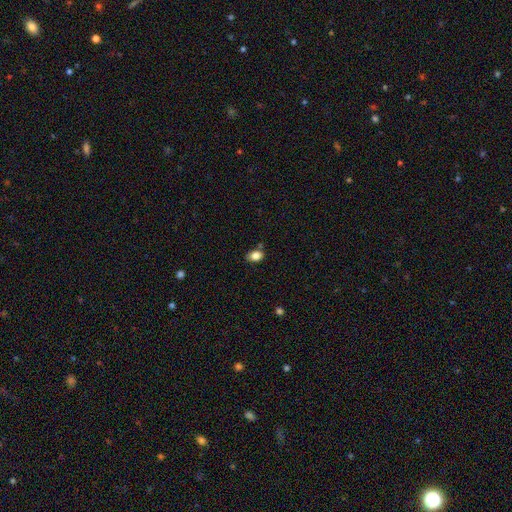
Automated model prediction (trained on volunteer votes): A smooth galaxy with no disk features (84%) that is in between round and cigar-shaped (79%).

Vote fractions:
- Smooth or featured? smooth: 84% / star or artifact: 10% / featured or disk: 6%
- How rounded? in between: 79% / round: 19% / cigar-shaped: 1%
- Merging? none: 73% / minor disturbance: 17% / merger: 7% / major disturbance: 3%